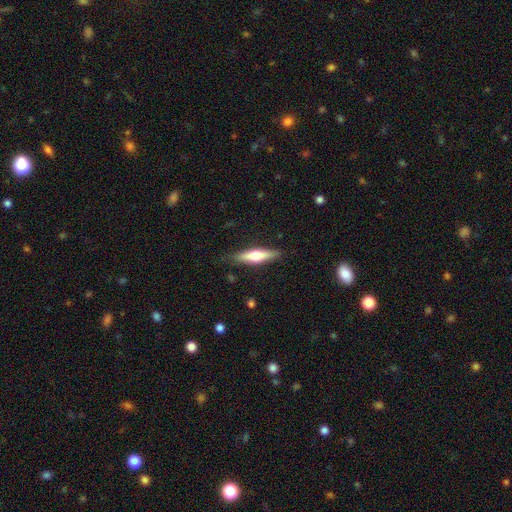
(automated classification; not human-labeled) The model was most divided on "smooth or featured" (2-way tie): smooth: 47%, featured or disk: 47%, star or artifact: 6%. More confident: merging — none (84%).